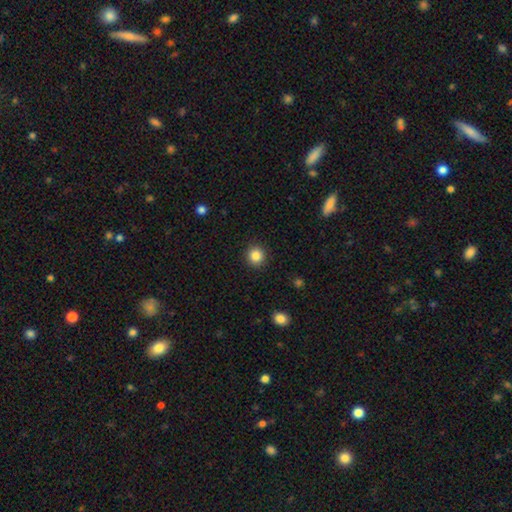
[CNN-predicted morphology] smooth-or-featured: smooth: 85% | star or artifact: 10% | featured or disk: 4%
  how-rounded: round: 93% | in between: 6% | cigar-shaped: 1%
  merging: none: 91% | minor disturbance: 6% | major disturbance: 2% | merger: 1%